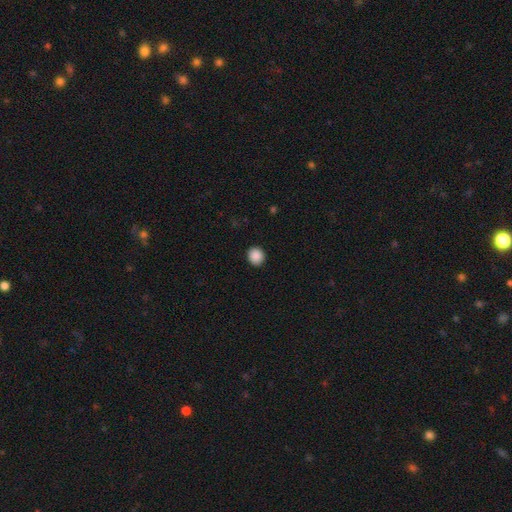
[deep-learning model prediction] Smooth or featured?
  - smooth: 89% *
  - star or artifact: 9%
  - featured or disk: 2%
How rounded?
  - round: 86% *
  - in between: 13%
  - cigar-shaped: 1%
Merging?
  - none: 92% *
  - minor disturbance: 5%
  - major disturbance: 2%
  - merger: 1%